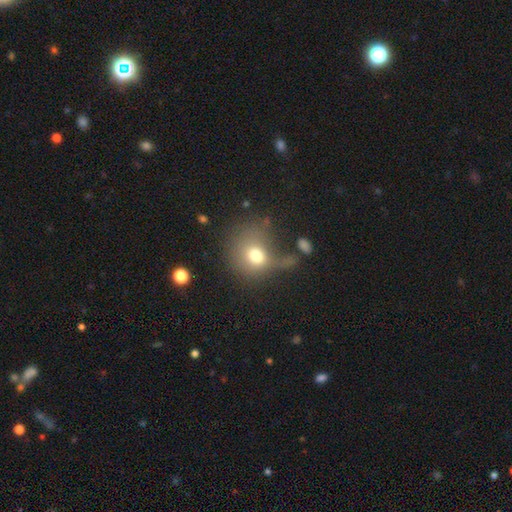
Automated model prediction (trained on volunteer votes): smooth 71%, featured or disk 16%, star or artifact 13%. Down the decision tree: how rounded — round (68%); merging — major disturbance (36%).